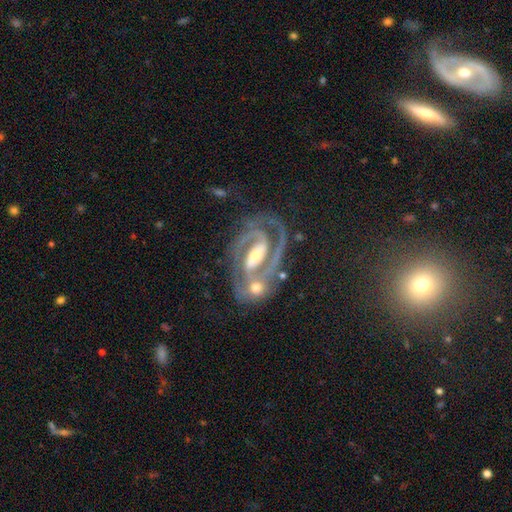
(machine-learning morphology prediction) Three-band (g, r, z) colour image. It shows a featured or disk galaxy (89%) with a strong bar (46%), 2 (84%) tight (54%) spiral arms (96%) and a moderate central bulge (56%). Merging: none (46%).